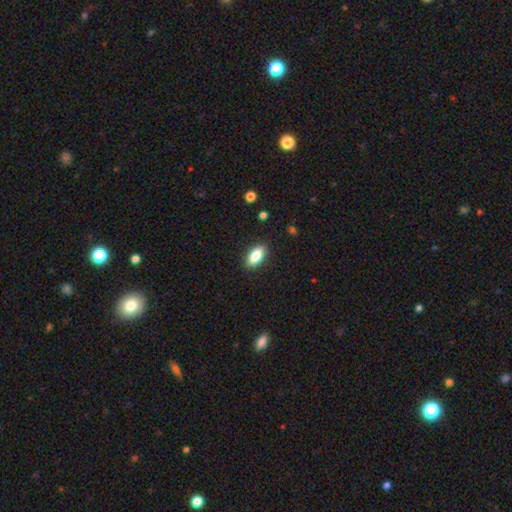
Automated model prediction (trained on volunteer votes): Morphology: type=smooth (85%); roundness=in between (88%); merging=none (88%).